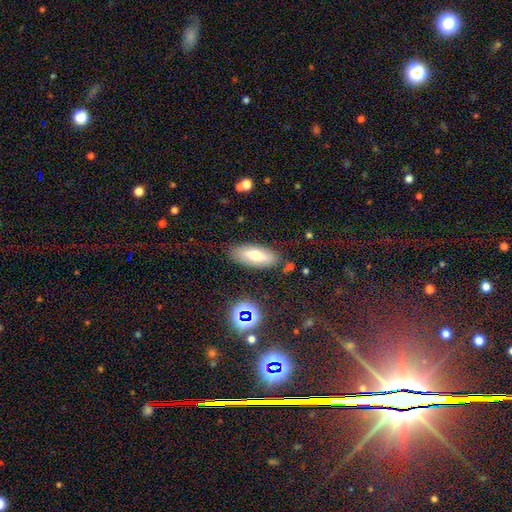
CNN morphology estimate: Smooth or featured?
  - smooth: 61% *
  - featured or disk: 30%
  - star or artifact: 9%
How rounded?
  - in between: 75% *
  - cigar-shaped: 22%
  - round: 3%
Merging?
  - none: 83% *
  - minor disturbance: 11%
  - major disturbance: 3%
  - merger: 2%